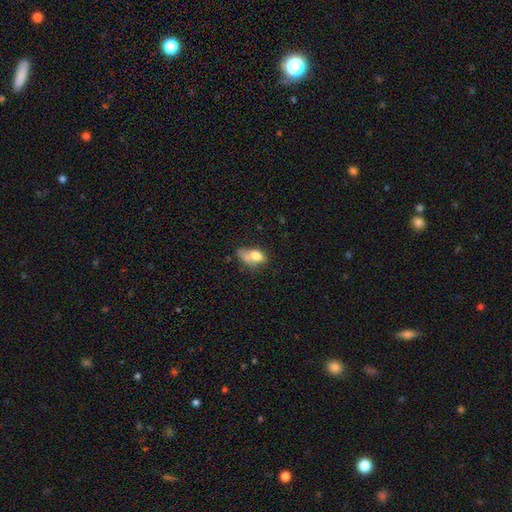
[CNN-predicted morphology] Smooth or featured? smooth (69%)
How rounded? in between (79%)
Merging? minor disturbance (27%)